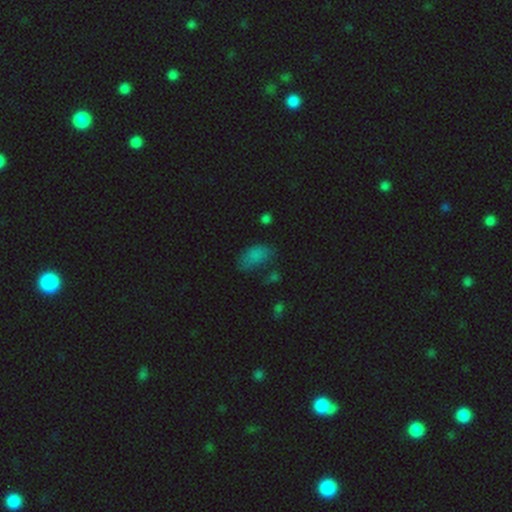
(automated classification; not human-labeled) smooth-or-featured: smooth: 76% | star or artifact: 14% | featured or disk: 9%
  how-rounded: in between: 92% | round: 6% | cigar-shaped: 3%
  merging: none: 51% | minor disturbance: 30% | major disturbance: 14% | merger: 6%